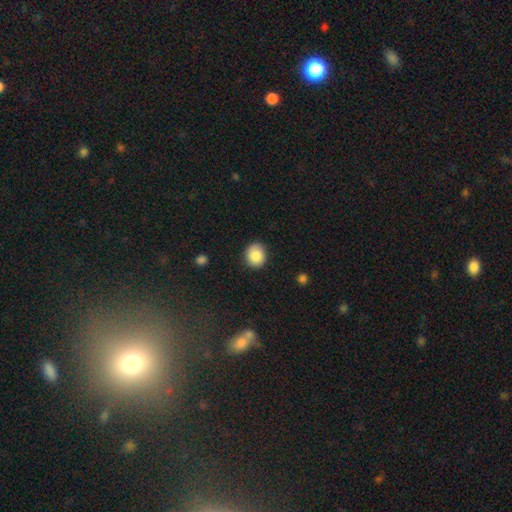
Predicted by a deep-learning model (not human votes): Morphology: type=smooth (85%); roundness=round (73%); merging=none (84%).